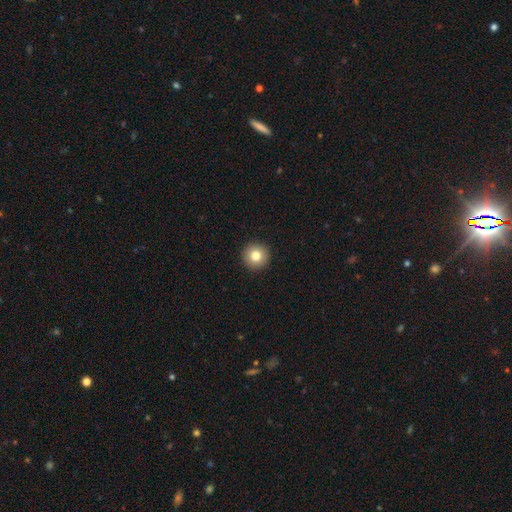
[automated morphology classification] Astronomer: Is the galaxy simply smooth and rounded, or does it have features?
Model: smooth — 80%.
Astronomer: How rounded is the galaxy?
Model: round — 96%.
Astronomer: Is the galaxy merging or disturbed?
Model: none — 94%.